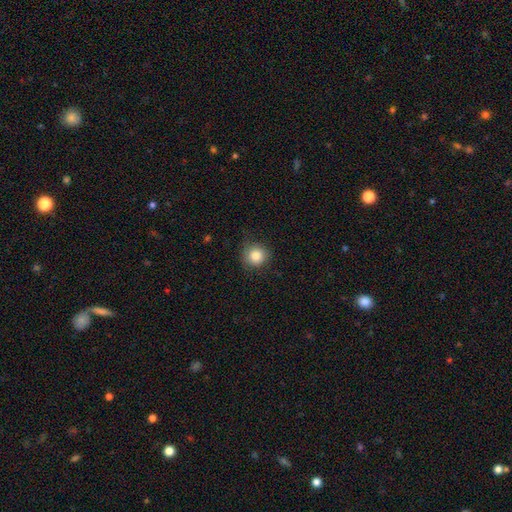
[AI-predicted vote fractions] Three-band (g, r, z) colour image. It shows a smooth galaxy with no disk features (84%) that is round (92%). Merging: none (78%).